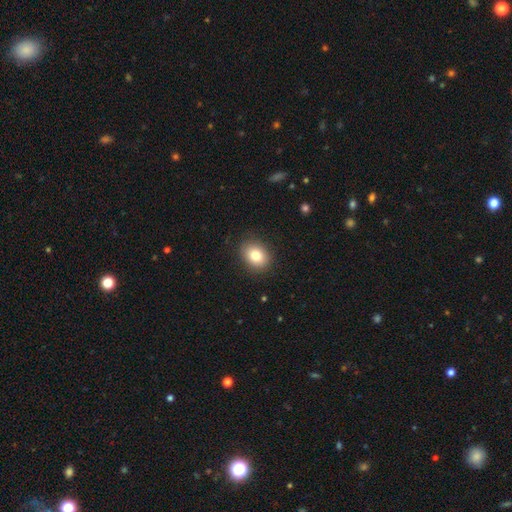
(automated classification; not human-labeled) smooth 81%, star or artifact 9%, featured or disk 9%. Down the decision tree: how rounded — in between (58%); merging — none (87%).